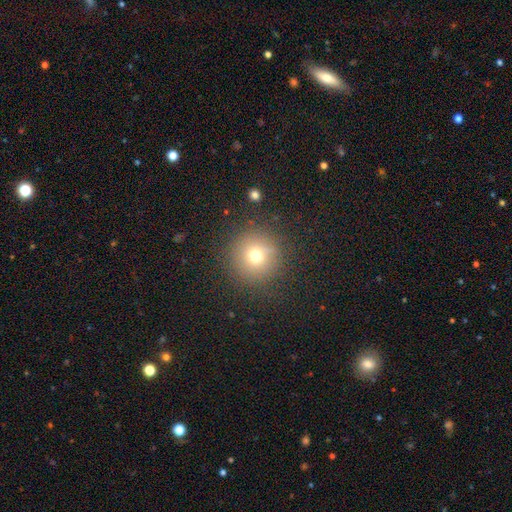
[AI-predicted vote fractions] A smooth galaxy with no disk features (69%) that is round (96%). Merging: none (86%).